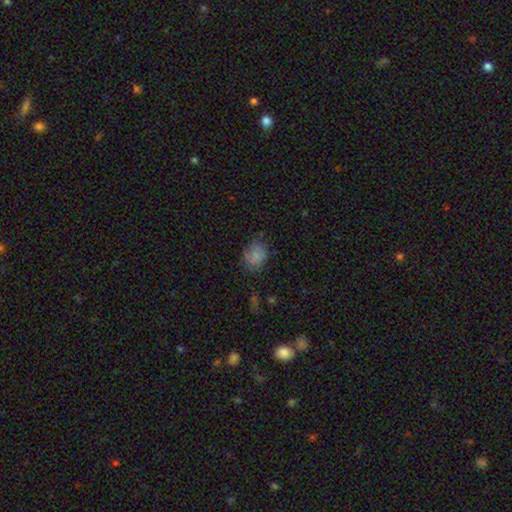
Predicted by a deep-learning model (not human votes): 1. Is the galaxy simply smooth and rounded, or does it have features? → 73% smooth, 14% featured or disk, 13% star or artifact.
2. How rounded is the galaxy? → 54% in between, 45% round, 1% cigar-shaped.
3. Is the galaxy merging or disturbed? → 68% none, 22% minor disturbance, 8% major disturbance, 3% merger.